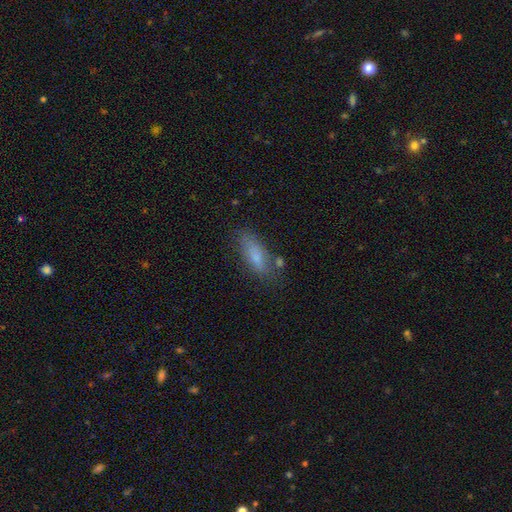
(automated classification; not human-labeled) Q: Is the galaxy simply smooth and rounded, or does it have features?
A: smooth — 75%.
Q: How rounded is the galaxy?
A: in between — 62%.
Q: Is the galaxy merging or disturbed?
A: none — 68%.